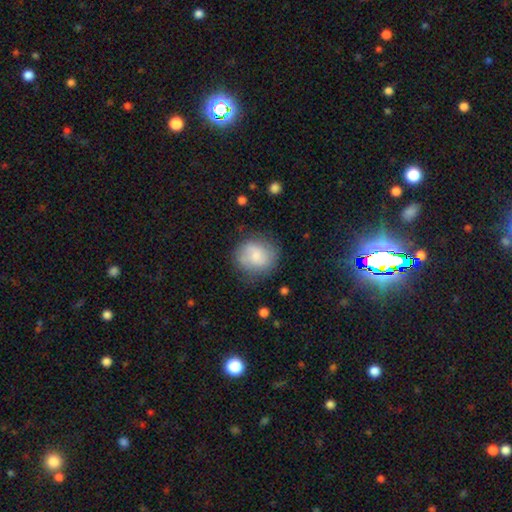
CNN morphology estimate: smooth 61%, featured or disk 31%, star or artifact 8%. Down the decision tree: how rounded — round (82%); merging — none (71%).